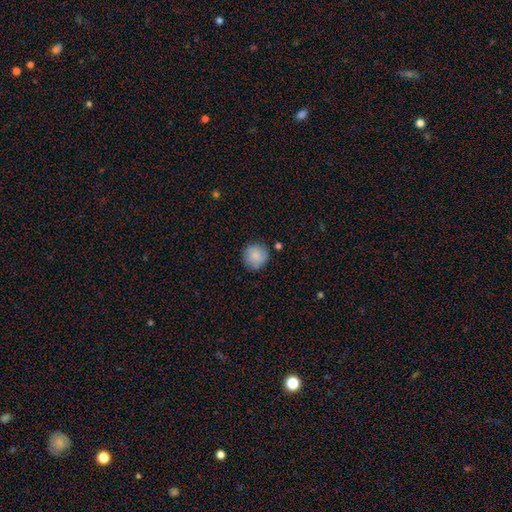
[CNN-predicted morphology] smooth 86%, star or artifact 7%, featured or disk 7%. Down the decision tree: how rounded — round (94%); merging — none (85%).